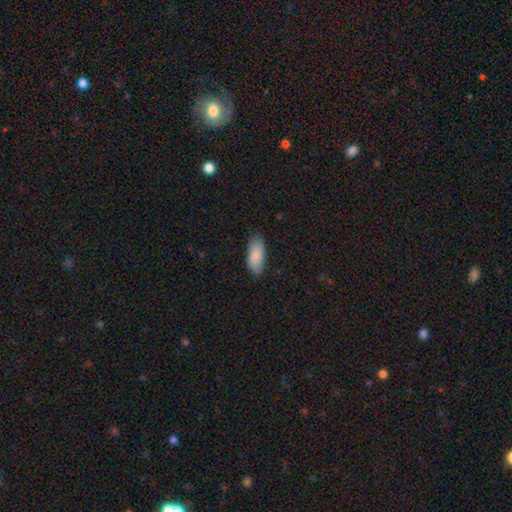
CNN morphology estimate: smooth 87%, featured or disk 7%, star or artifact 6%. Down the decision tree: how rounded — in between (86%); merging — none (81%).